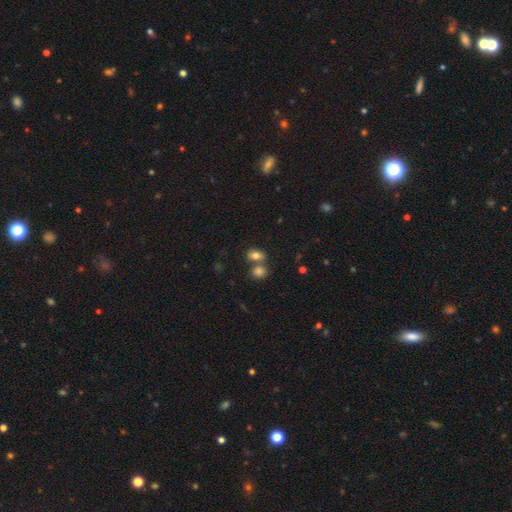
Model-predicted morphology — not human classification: type=smooth (49%); merging=none (49%).